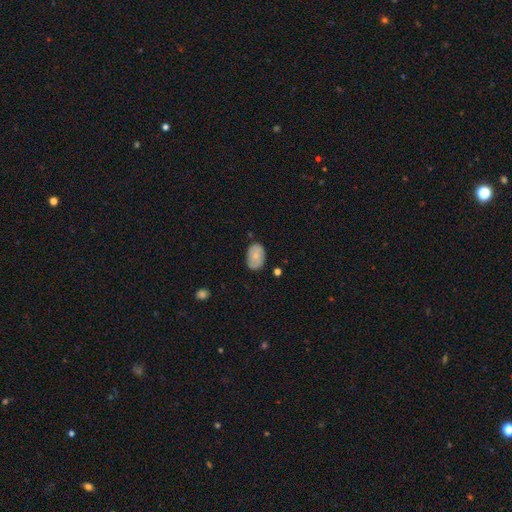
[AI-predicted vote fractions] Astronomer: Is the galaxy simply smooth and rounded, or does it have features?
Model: smooth — 76%.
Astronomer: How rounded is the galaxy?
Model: in between — 87%.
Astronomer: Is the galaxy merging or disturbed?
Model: none — 77%.